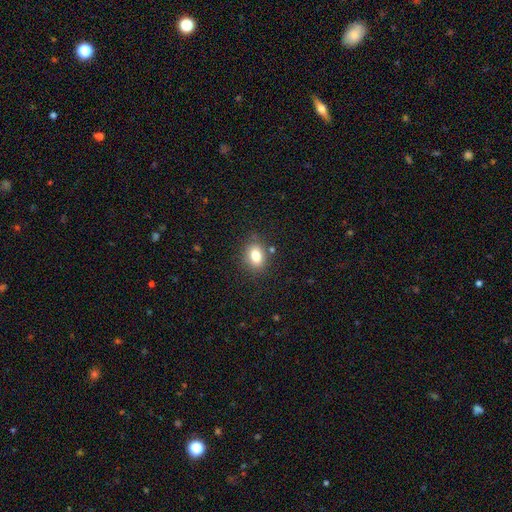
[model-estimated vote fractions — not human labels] smooth 81%, star or artifact 11%, featured or disk 9%. Down the decision tree: how rounded — in between (62%); merging — none (82%).